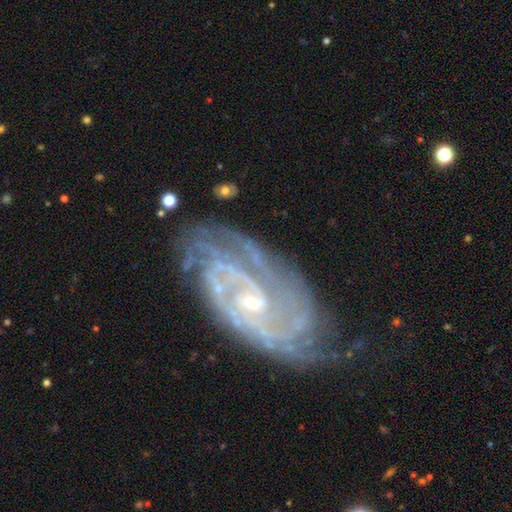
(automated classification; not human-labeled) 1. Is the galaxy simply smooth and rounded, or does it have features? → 89% featured or disk, 6% star or artifact, 5% smooth.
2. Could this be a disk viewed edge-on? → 96% no, 4% yes.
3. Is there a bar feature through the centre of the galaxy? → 51% no, 38% weak, 11% strong.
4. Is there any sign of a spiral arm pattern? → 96% yes, 4% no.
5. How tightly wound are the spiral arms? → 60% tight, 32% medium, 8% loose.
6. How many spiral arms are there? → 30% 2, 25% can't tell, 20% 3, 11% 4, 8% more than 4, 7% 1.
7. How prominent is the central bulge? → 66% small, 25% moderate, 6% none, 2% large, 1% dominant.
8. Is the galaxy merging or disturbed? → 67% none, 21% minor disturbance, 9% major disturbance, 3% merger.